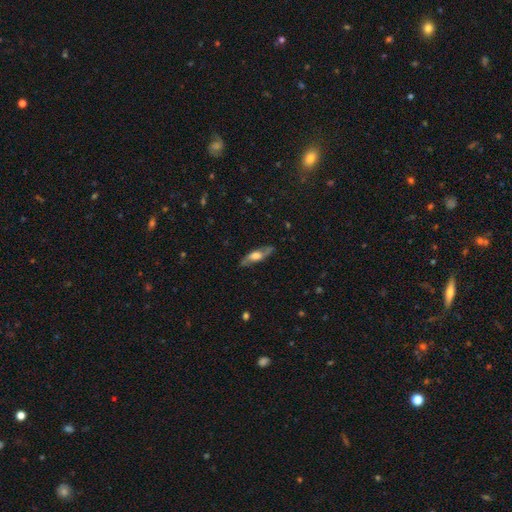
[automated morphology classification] Q: Smooth or featured?
A: featured or disk (60%); runner-up: smooth (34%)
Q: Edge-on disk?
A: yes (51%); runner-up: no (49%)
Q: Merging?
A: none (79%); runner-up: minor disturbance (15%)